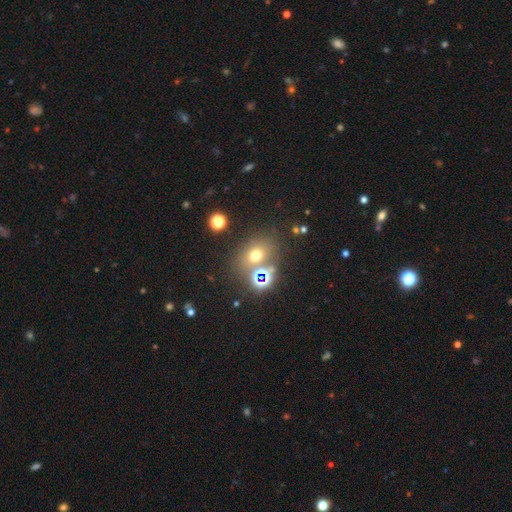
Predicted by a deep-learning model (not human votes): Q: Smooth or featured?
A: smooth (59%); runner-up: star or artifact (28%)
Q: How rounded?
A: round (54%); runner-up: in between (44%)
Q: Merging?
A: none (66%); runner-up: merger (17%)